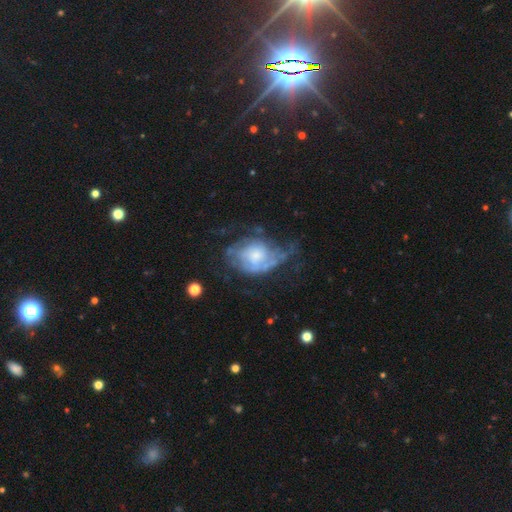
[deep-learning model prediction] The model was most divided on "bulge size" (2-way tie): small: 41%, moderate: 41%, large: 10%, none: 7%, dominant: 2%. Remaining: edge-on disk — no (97%); bar — no (75%); spiral arms — yes (74%); smooth or featured — featured or disk (70%); spiral arm count — can't tell (48%); spiral winding — tight (44%); merging — none (40%).